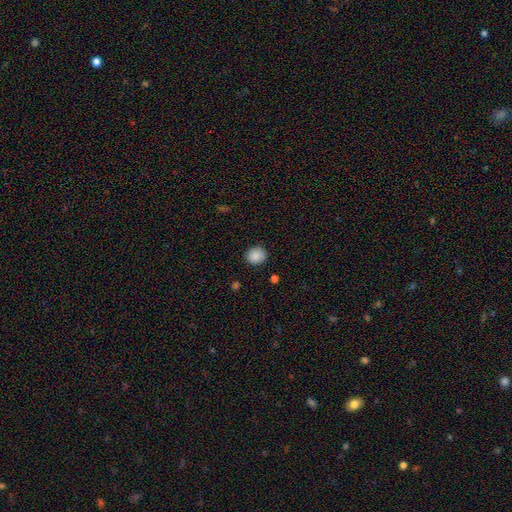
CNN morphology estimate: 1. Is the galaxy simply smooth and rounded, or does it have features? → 88% smooth, 8% star or artifact, 4% featured or disk.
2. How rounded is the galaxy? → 80% round, 19% in between, 1% cigar-shaped.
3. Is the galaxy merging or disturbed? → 88% none, 9% minor disturbance, 2% major disturbance, 1% merger.